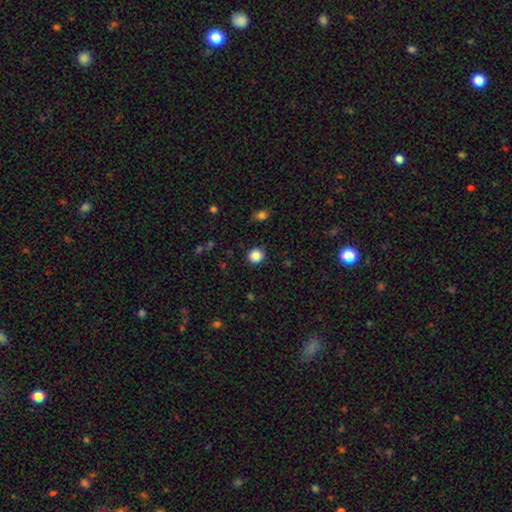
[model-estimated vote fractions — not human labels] The model was most divided on "smooth or featured": smooth: 87%, star or artifact: 10%, featured or disk: 3%. More confident: merging — none (90%); how rounded — round (89%).